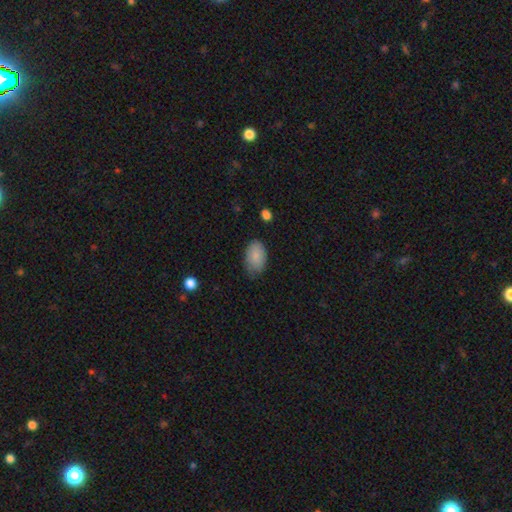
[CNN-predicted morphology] smooth-or-featured: smooth: 87% | featured or disk: 7% | star or artifact: 7%
  how-rounded: in between: 91% | round: 8% | cigar-shaped: 1%
  merging: none: 68% | minor disturbance: 25% | major disturbance: 5% | merger: 1%